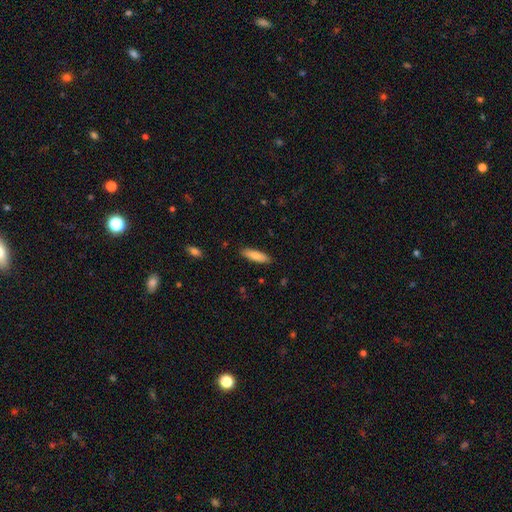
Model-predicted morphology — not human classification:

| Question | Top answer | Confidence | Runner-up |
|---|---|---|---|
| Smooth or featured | smooth | 83% | featured or disk (11%) |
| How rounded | cigar-shaped | 64% | in between (35%) |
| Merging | none | 88% | minor disturbance (9%) |